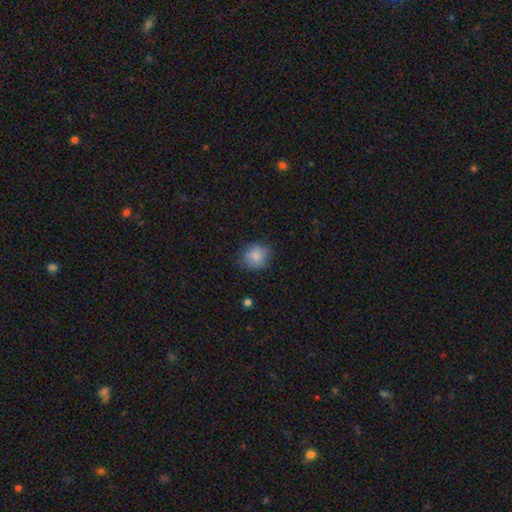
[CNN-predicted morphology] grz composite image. It shows a smooth galaxy with no disk features (85%) that is round (76%). Merging: none (77%).